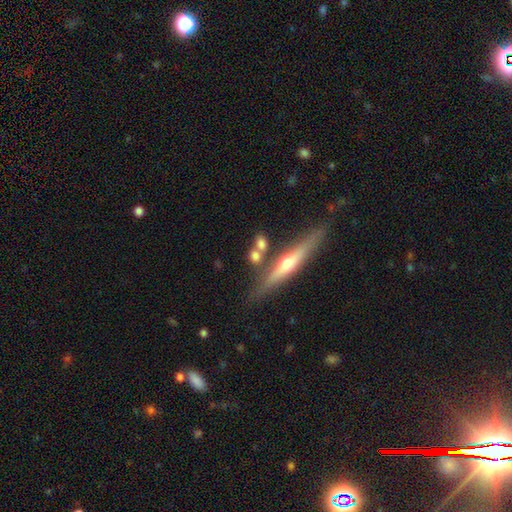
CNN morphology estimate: Smooth or featured: smooth — 56% (featured or disk — 35%)
How rounded: round — 36% (cigar-shaped — 32%)
Merging: none — 60% (merger — 23%)